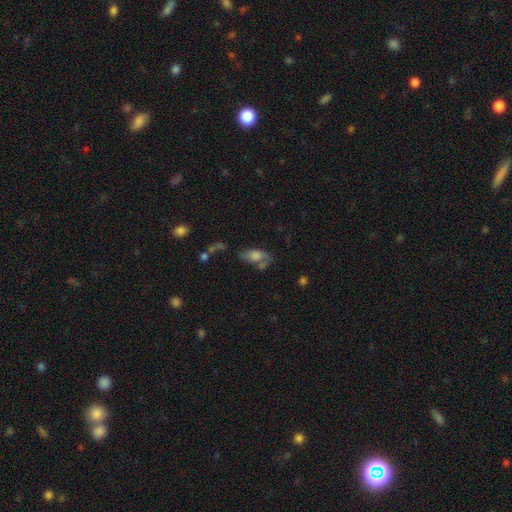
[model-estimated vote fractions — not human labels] Q: Smooth or featured?
A: smooth (64%); runner-up: featured or disk (26%)
Q: How rounded?
A: in between (86%); runner-up: cigar-shaped (9%)
Q: Merging?
A: none (41%); runner-up: minor disturbance (24%)